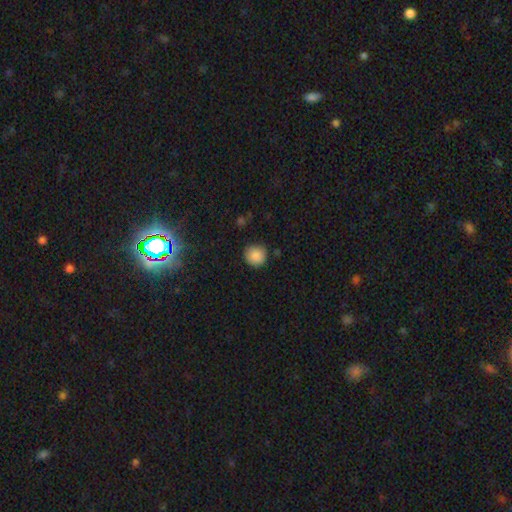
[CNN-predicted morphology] The model was most divided on "merging": none: 85%, minor disturbance: 12%, major disturbance: 2%, merger: 1%. More confident: how rounded — round (93%); smooth or featured — smooth (87%).